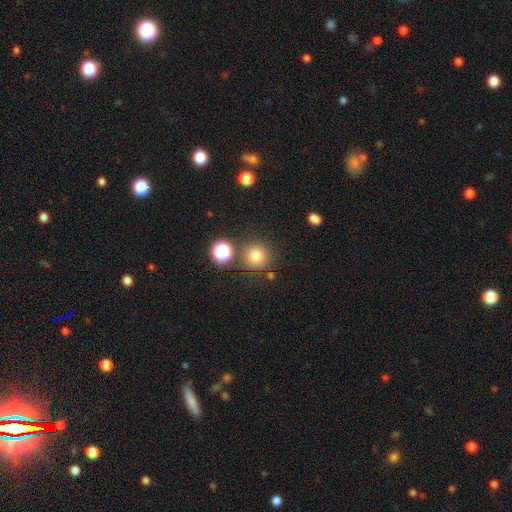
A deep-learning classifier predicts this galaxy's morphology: Smooth or featured? Predicted: smooth (p=0.77). How rounded? Predicted: round (p=0.94). Merging? Predicted: none (p=0.80).